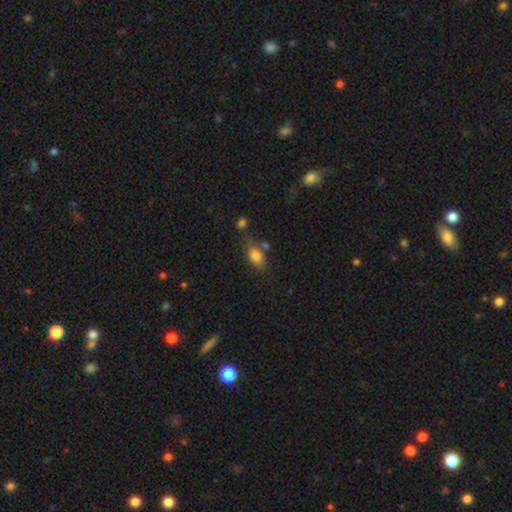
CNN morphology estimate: Q: Smooth or featured?
A: smooth (80%); runner-up: featured or disk (11%)
Q: How rounded?
A: in between (85%); runner-up: round (11%)
Q: Merging?
A: none (58%); runner-up: minor disturbance (20%)